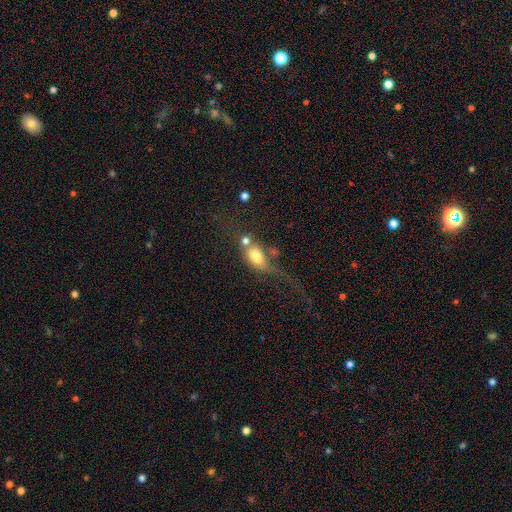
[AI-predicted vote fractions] smooth_or_featured: smooth (p=0.62) [alt: featured or disk p=0.26]
how_rounded: in between (p=0.73) [alt: round p=0.17]
merging: merger (p=0.42) [alt: major disturbance p=0.28]